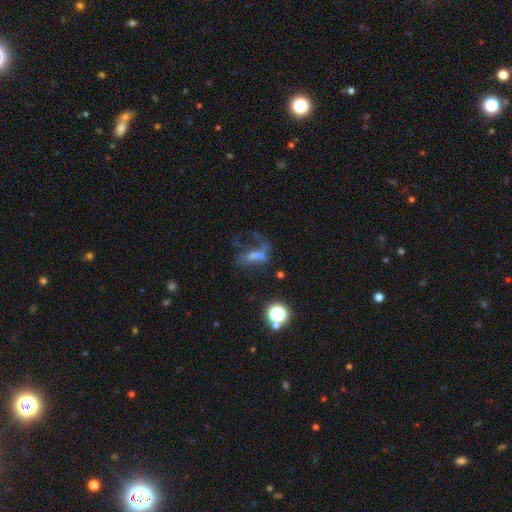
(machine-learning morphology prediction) A smooth galaxy with no disk features (42%). Merging: major disturbance (46%).